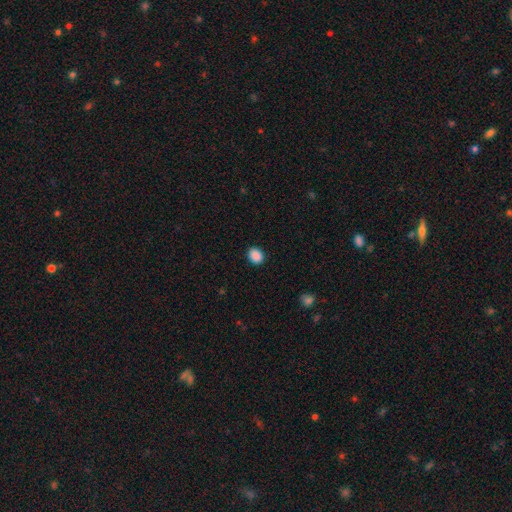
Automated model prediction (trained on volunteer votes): This is clearly a smooth galaxy (89%). How rounded: possibly round (60%). Merging: clearly none (91%).